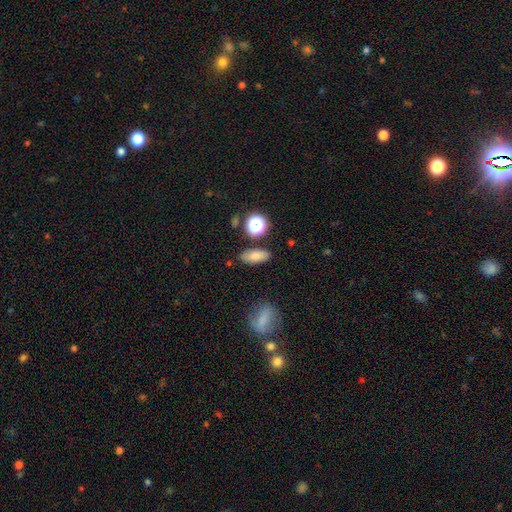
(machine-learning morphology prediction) A smooth galaxy with no disk features (78%) that is in between round and cigar-shaped (77%).

Vote fractions:
- Smooth or featured? smooth: 78% / star or artifact: 12% / featured or disk: 10%
- How rounded? in between: 77% / cigar-shaped: 15% / round: 8%
- Merging? none: 84% / minor disturbance: 10% / merger: 4% / major disturbance: 3%